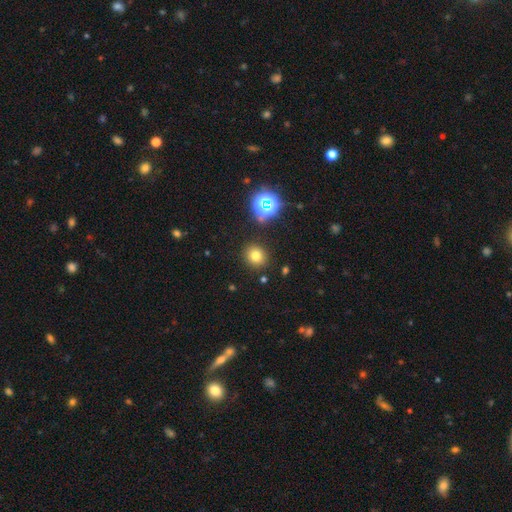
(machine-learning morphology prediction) type=smooth (73%); roundness=round (86%); merging=none (88%).